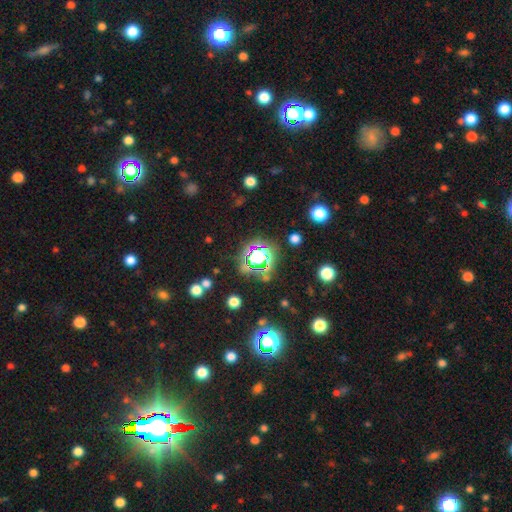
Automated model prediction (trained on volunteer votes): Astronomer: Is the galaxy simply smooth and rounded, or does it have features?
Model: star or artifact — 57%.